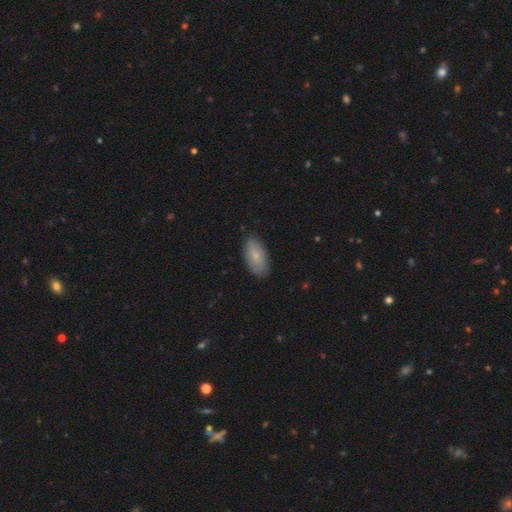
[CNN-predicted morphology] A smooth galaxy with no disk features (81%) that is in between round and cigar-shaped (94%).

Vote fractions:
- Smooth or featured? smooth: 81% / featured or disk: 13% / star or artifact: 6%
- How rounded? in between: 94% / cigar-shaped: 3% / round: 3%
- Merging? none: 85% / minor disturbance: 12% / major disturbance: 2% / merger: 1%